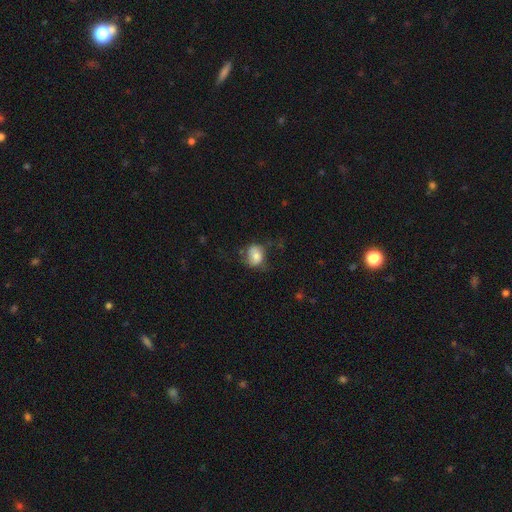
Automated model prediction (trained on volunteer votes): The model was most divided on "how rounded": in between: 51%, round: 48%, cigar-shaped: 1%. More confident: smooth or featured — smooth (70%); merging — none (53%).